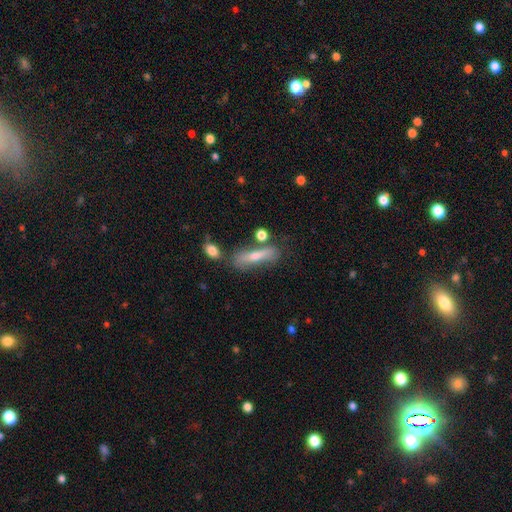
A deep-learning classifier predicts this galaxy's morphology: This is possibly a smooth galaxy (50%). How rounded: likely cigar-shaped (68%). Merging: likely none (61%).